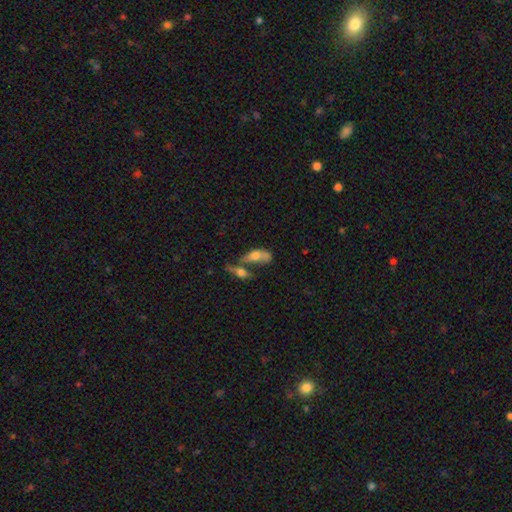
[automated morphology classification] smooth-or-featured: smooth: 60% | featured or disk: 31% | star or artifact: 9%
  how-rounded: in between: 77% | cigar-shaped: 17% | round: 6%
  merging: merger: 55% | none: 20% | major disturbance: 14% | minor disturbance: 12%